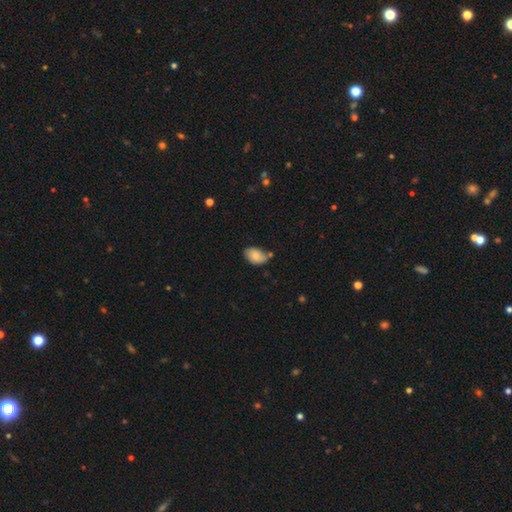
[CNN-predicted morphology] Smooth or featured?
  - smooth: 78% *
  - featured or disk: 14%
  - star or artifact: 8%
How rounded?
  - in between: 88% *
  - round: 11%
  - cigar-shaped: 1%
Merging?
  - none: 60% *
  - minor disturbance: 26%
  - merger: 9%
  - major disturbance: 4%